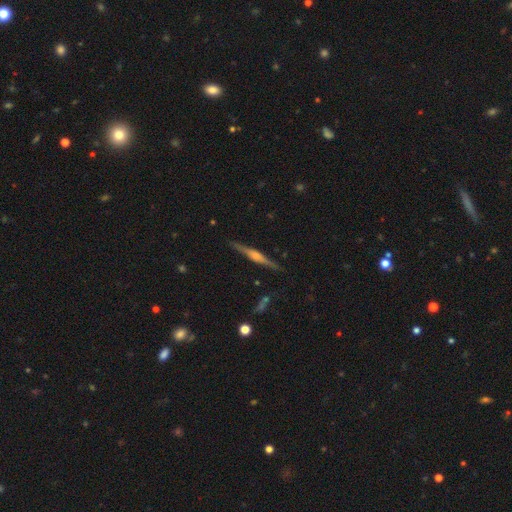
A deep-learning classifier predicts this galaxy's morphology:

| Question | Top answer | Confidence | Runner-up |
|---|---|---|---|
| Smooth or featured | featured or disk | 76% | smooth (18%) |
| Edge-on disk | yes | 98% | no (2%) |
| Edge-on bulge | rounded | 69% | boxy (23%) |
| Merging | none | 89% | minor disturbance (8%) |